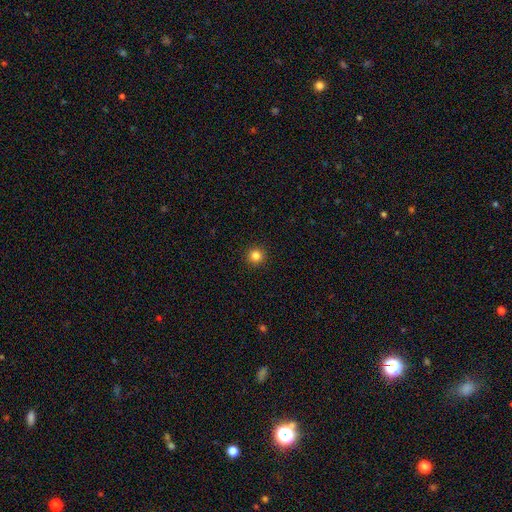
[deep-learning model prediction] Overall: smooth (83%). How rounded: round (96%). Merging: none (93%).